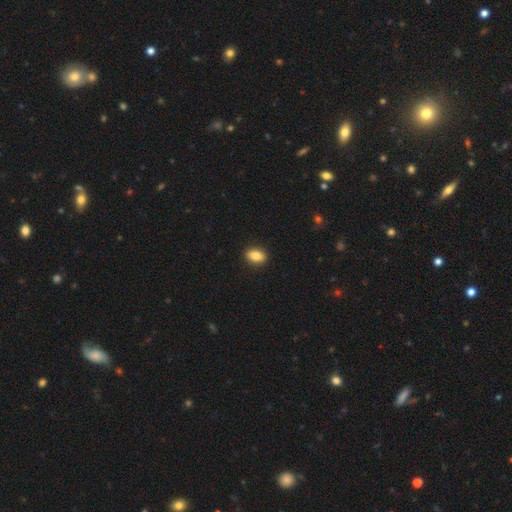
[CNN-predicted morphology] This appears to be a smooth galaxy with no disk features (86%) that is in between round and cigar-shaped (84%). Merging: none (90%).